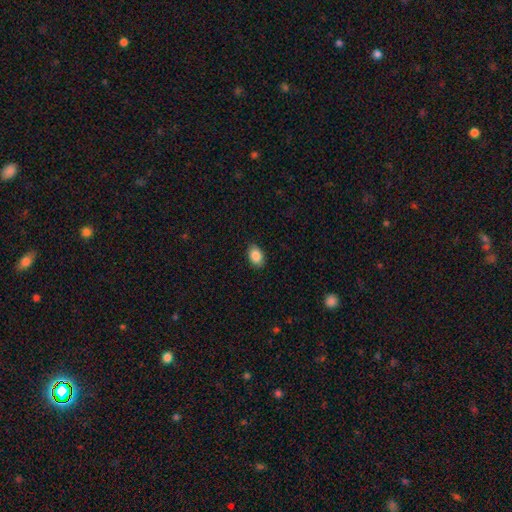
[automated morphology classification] The model was most divided on "how rounded": in between: 85%, round: 14%, cigar-shaped: 1%. More confident: smooth or featured — smooth (88%); merging — none (88%).